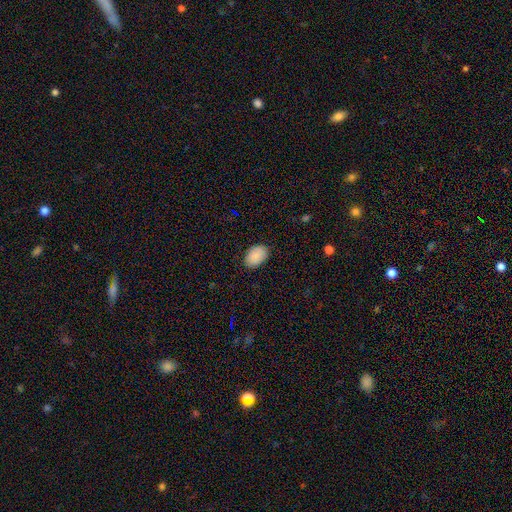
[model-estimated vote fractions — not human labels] Q: Smooth or featured?
A: smooth (89%); runner-up: star or artifact (7%)
Q: How rounded?
A: in between (86%); runner-up: round (13%)
Q: Merging?
A: none (86%); runner-up: minor disturbance (10%)